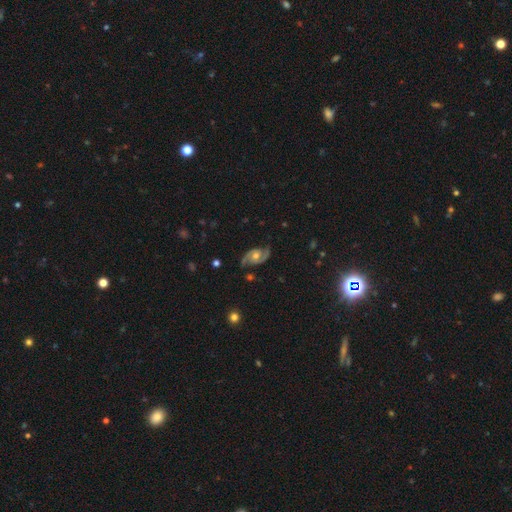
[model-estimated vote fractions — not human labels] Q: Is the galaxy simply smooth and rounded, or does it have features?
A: featured or disk — 87%.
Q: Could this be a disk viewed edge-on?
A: no — 97%.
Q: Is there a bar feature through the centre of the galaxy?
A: no — 66%.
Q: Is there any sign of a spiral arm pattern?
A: yes — 97%.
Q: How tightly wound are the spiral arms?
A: medium — 53%.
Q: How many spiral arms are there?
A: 2 — 93%.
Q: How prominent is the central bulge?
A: moderate — 68%.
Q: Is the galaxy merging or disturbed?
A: none — 78%.